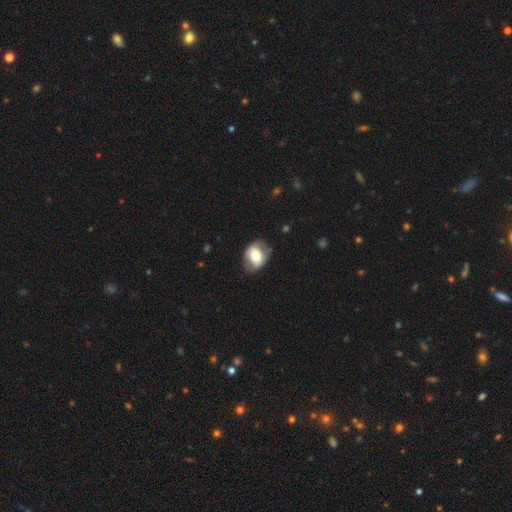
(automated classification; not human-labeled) smooth-or-featured: smooth: 59% | featured or disk: 34% | star or artifact: 7%
  how-rounded: in between: 63% | round: 35% | cigar-shaped: 1%
  merging: none: 69% | minor disturbance: 21% | major disturbance: 8% | merger: 2%